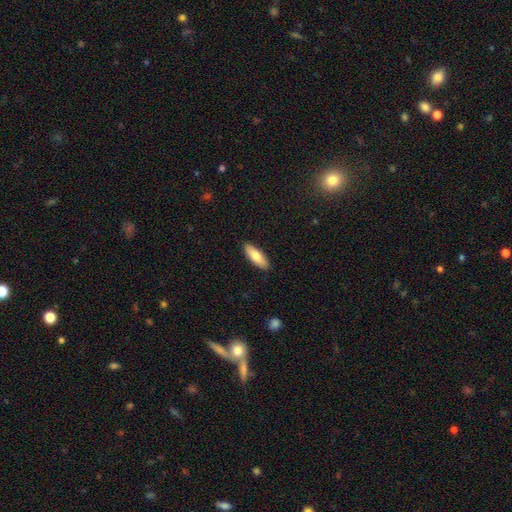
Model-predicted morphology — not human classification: type=smooth (78%); roundness=in between (65%); merging=none (90%).